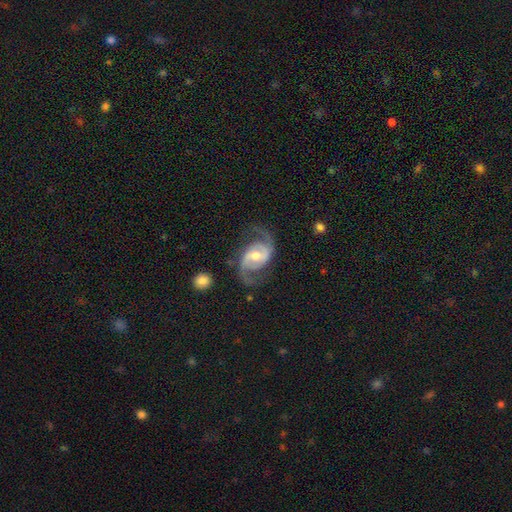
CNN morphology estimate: This appears to be a featured or disk galaxy (91%) with a weak bar (44%), 2 (93%) medium (52%) spiral arms (97%) and a moderate central bulge (69%). Merging: none (76%).